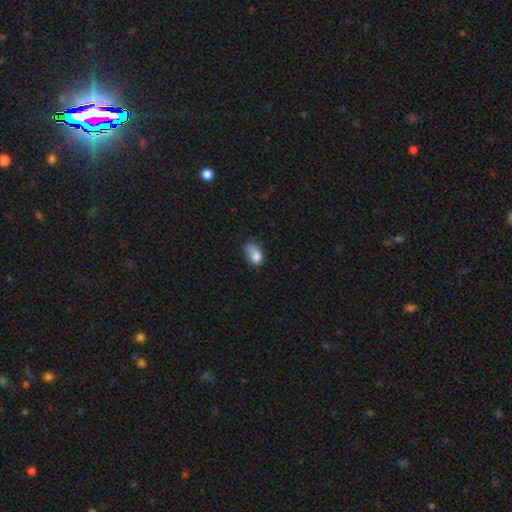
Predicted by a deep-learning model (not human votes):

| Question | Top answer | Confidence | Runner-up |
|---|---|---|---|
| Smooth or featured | smooth | 77% | featured or disk (13%) |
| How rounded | in between | 82% | round (15%) |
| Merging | minor disturbance | 36% | none (30%) |